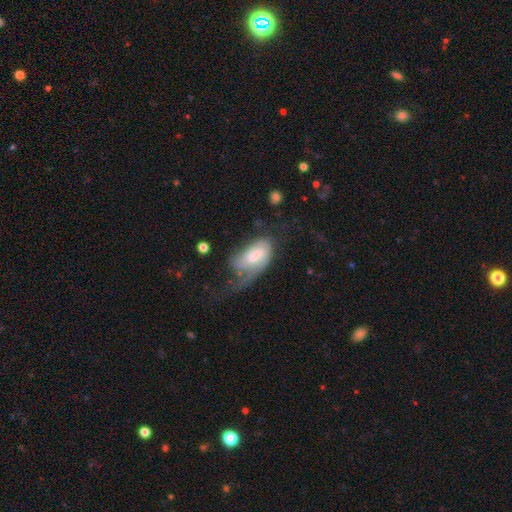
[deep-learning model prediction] smooth_or_featured: smooth (p=0.48) [alt: featured or disk p=0.46]
merging: major disturbance (p=0.54) [alt: none p=0.21]